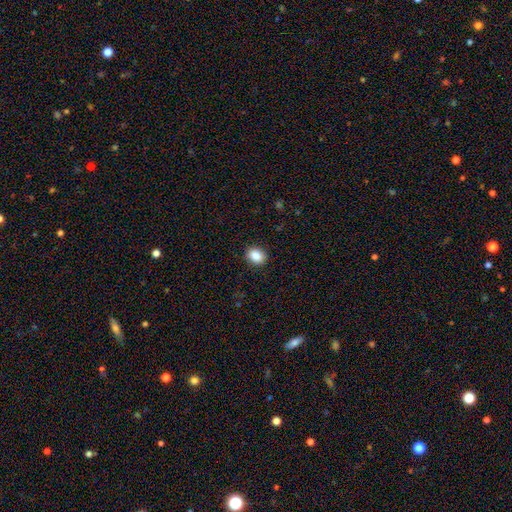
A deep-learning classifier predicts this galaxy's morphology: smooth-or-featured: smooth: 87% | star or artifact: 9% | featured or disk: 4%
  how-rounded: in between: 51% | round: 48% | cigar-shaped: 1%
  merging: none: 89% | minor disturbance: 8% | major disturbance: 2% | merger: 1%